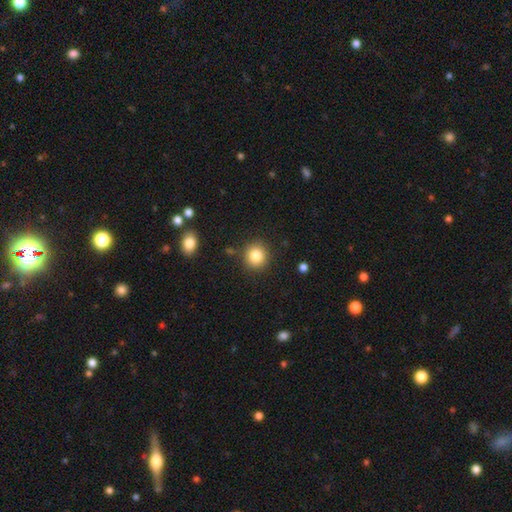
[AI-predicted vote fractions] Q: Smooth or featured?
A: smooth (83%); runner-up: star or artifact (10%)
Q: How rounded?
A: round (89%); runner-up: in between (10%)
Q: Merging?
A: none (87%); runner-up: minor disturbance (8%)